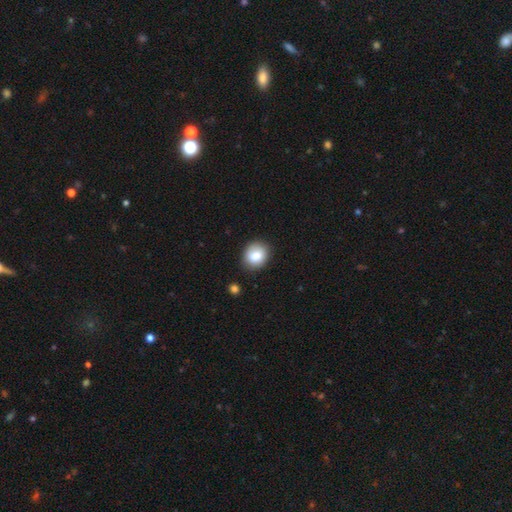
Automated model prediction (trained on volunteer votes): This is clearly a smooth galaxy (83%). How rounded: likely round (68%). Merging: clearly none (85%).